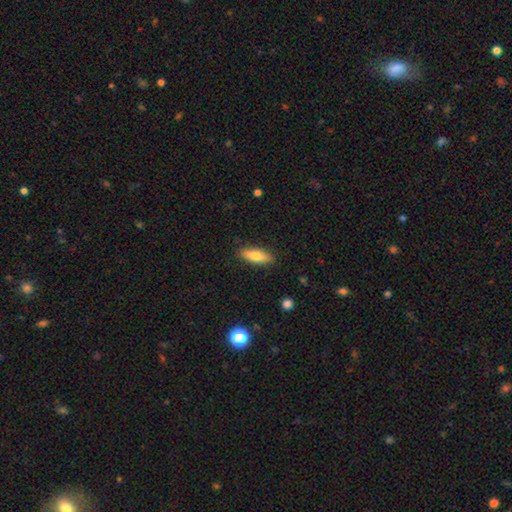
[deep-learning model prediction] The model was most divided on "how rounded": in between: 57%, cigar-shaped: 40%, round: 3%. More confident: merging — none (87%); smooth or featured — smooth (72%).